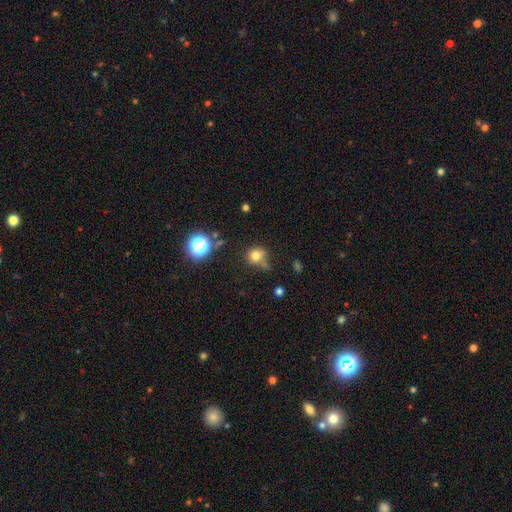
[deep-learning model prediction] Smooth or featured?
  - smooth: 75% *
  - star or artifact: 16%
  - featured or disk: 9%
How rounded?
  - round: 83% *
  - in between: 16%
  - cigar-shaped: 1%
Merging?
  - none: 55% *
  - minor disturbance: 24%
  - merger: 11%
  - major disturbance: 10%